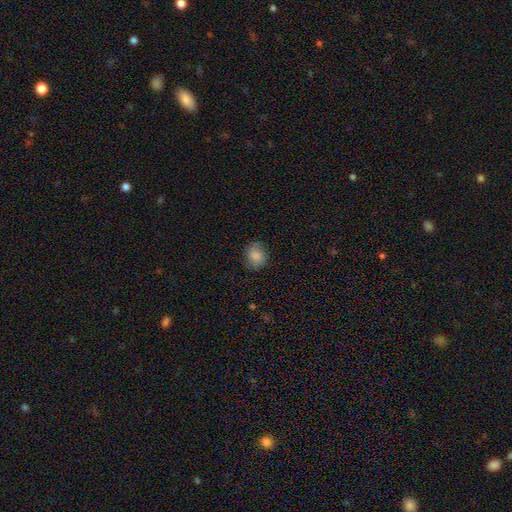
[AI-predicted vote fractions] A smooth galaxy with no disk features (84%) that is round (64%).

Vote fractions:
- Smooth or featured? smooth: 84% / star or artifact: 9% / featured or disk: 8%
- How rounded? round: 64% / in between: 35% / cigar-shaped: 1%
- Merging? none: 79% / minor disturbance: 16% / major disturbance: 4% / merger: 1%